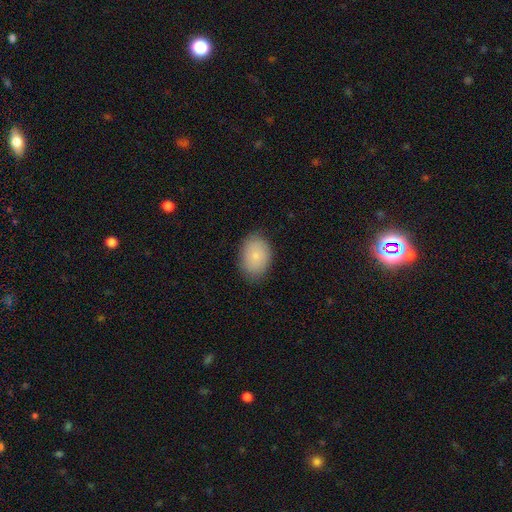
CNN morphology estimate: smooth-or-featured: smooth: 83% | featured or disk: 10% | star or artifact: 7%
  how-rounded: in between: 80% | round: 19% | cigar-shaped: 1%
  merging: none: 82% | minor disturbance: 14% | major disturbance: 3% | merger: 1%